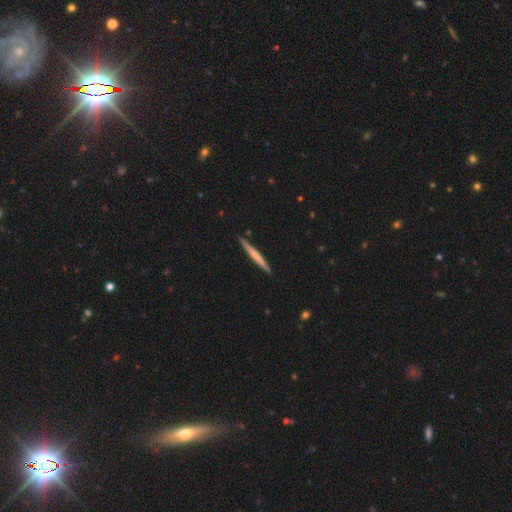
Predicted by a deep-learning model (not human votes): This is possibly a smooth galaxy (51%). How rounded: clearly cigar-shaped (97%). Merging: clearly none (91%).